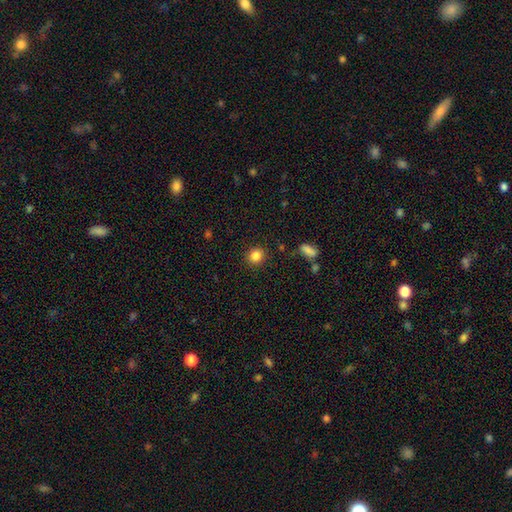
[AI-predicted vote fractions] Smooth or featured: smooth — 85% (star or artifact — 11%)
How rounded: round — 80% (in between — 19%)
Merging: none — 89% (minor disturbance — 7%)